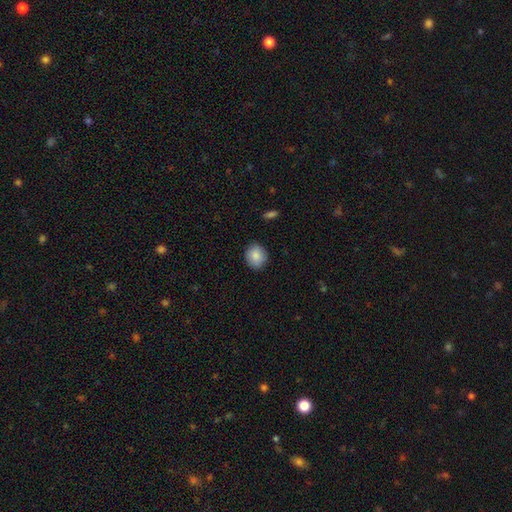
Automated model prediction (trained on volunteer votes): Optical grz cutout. It shows a smooth galaxy with no disk features (87%) that is round (66%). Merging: none (87%).